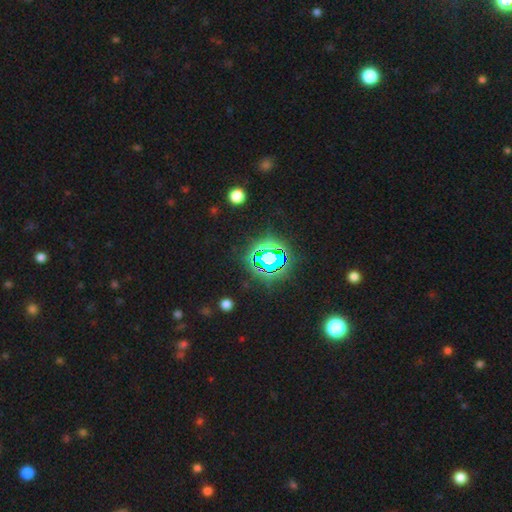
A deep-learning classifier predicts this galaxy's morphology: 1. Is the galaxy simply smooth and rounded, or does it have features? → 75% star or artifact, 16% smooth, 9% featured or disk.